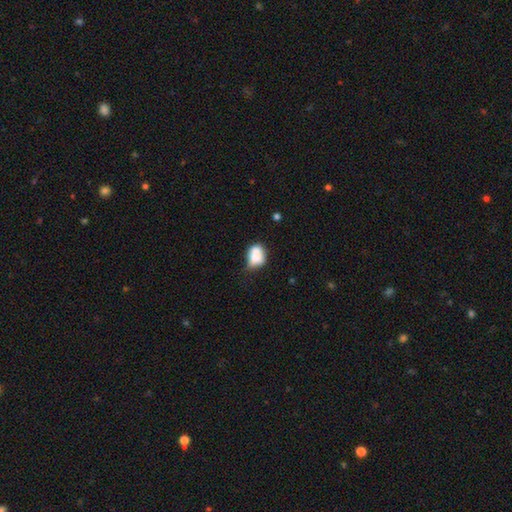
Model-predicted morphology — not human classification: smooth-or-featured: smooth: 70% | featured or disk: 20% | star or artifact: 10%
  how-rounded: in between: 62% | round: 36% | cigar-shaped: 2%
  merging: none: 32% | merger: 31% | minor disturbance: 26% | major disturbance: 11%